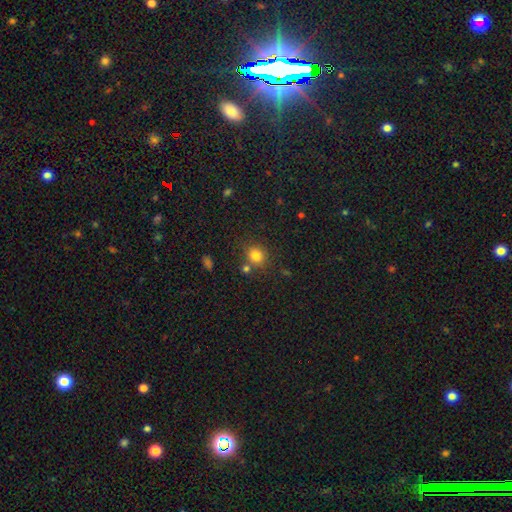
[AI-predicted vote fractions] This appears to be a smooth galaxy with no disk features (80%) that is round (74%). Merging: none (71%).